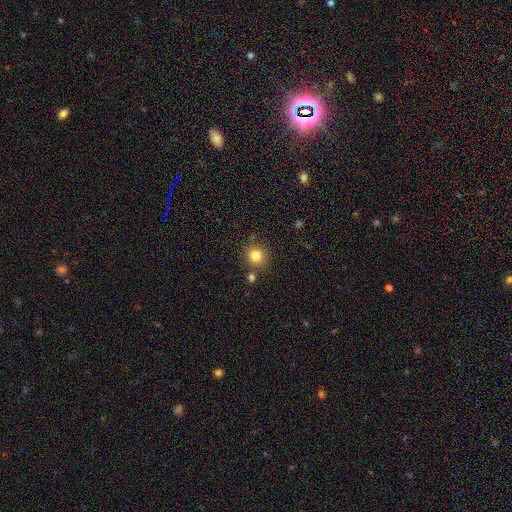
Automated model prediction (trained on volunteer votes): This appears to be a smooth galaxy with no disk features (83%) that is round (86%). Merging: none (79%).